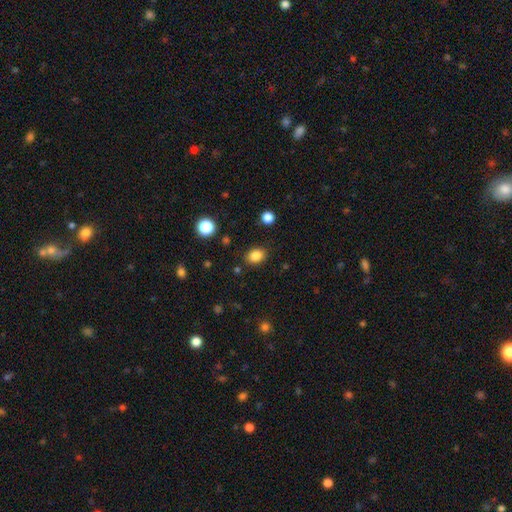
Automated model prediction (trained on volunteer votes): Smooth or featured? Predicted: smooth (p=0.84). How rounded? Predicted: in between (p=0.53). Merging? Predicted: none (p=0.86).